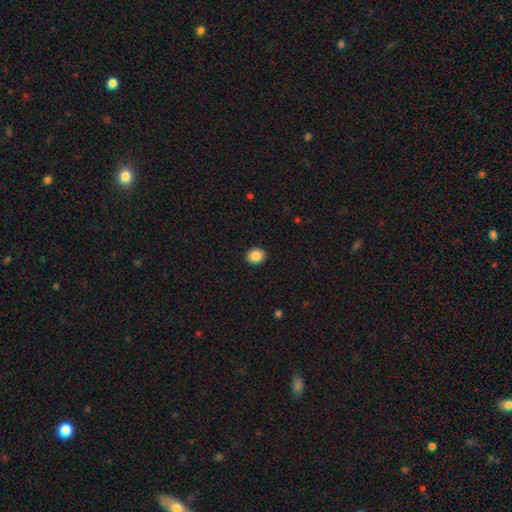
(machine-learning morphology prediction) Smooth or featured? smooth (87%)
How rounded? round (62%)
Merging? none (92%)